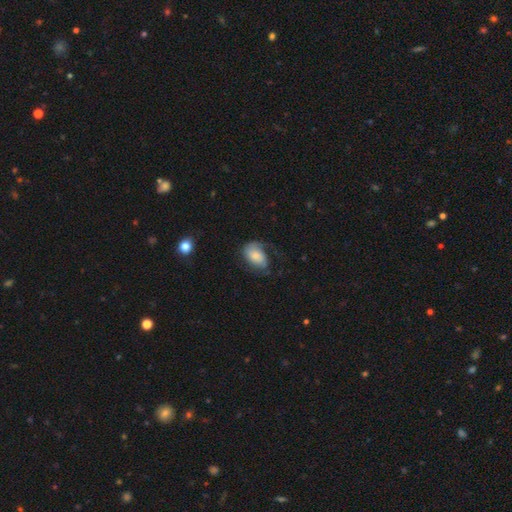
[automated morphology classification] The model was most divided on "merging": none: 43%, minor disturbance: 28%, major disturbance: 27%, merger: 2%. More confident: how rounded — in between (86%); smooth or featured — smooth (57%).